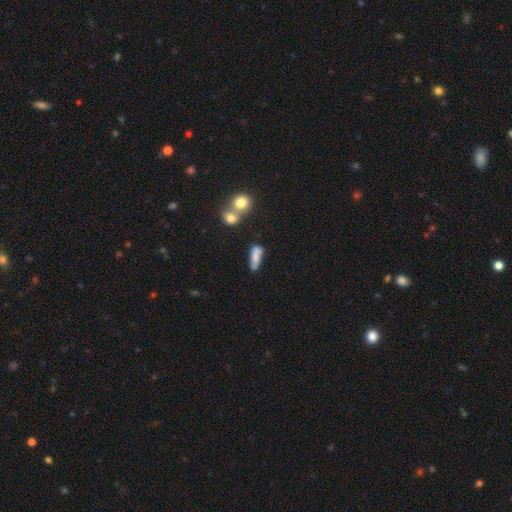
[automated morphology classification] Smooth or featured?
  - smooth: 71% *
  - featured or disk: 20%
  - star or artifact: 10%
How rounded?
  - in between: 53% *
  - cigar-shaped: 42%
  - round: 5%
Merging?
  - none: 44% *
  - minor disturbance: 26%
  - merger: 18%
  - major disturbance: 12%